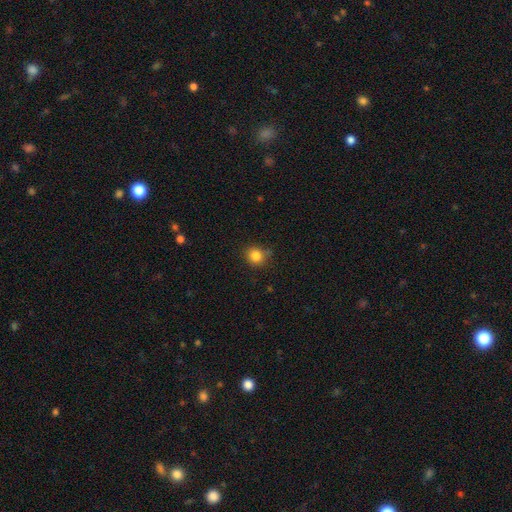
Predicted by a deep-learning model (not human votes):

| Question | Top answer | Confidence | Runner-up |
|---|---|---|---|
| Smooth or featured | smooth | 83% | star or artifact (12%) |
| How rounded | round | 86% | in between (13%) |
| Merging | none | 79% | minor disturbance (15%) |